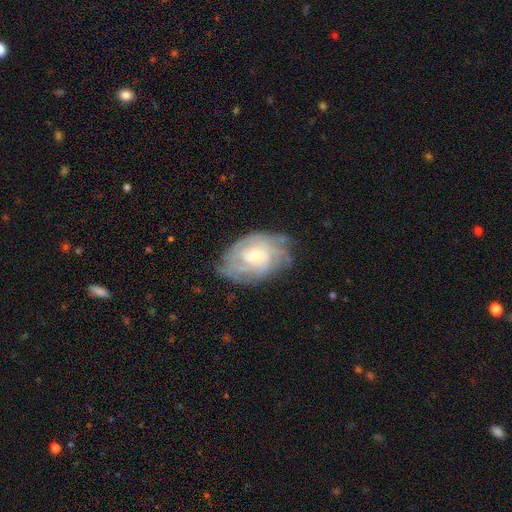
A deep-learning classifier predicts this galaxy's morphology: featured or disk 73%, smooth 20%, star or artifact 7%. Down the decision tree: edge-on disk — no (96%); bar — no (72%); spiral arms — yes (87%); spiral arm count — can't tell (54%); spiral winding — tight (65%); bulge size — small (50%); merging — none (67%).